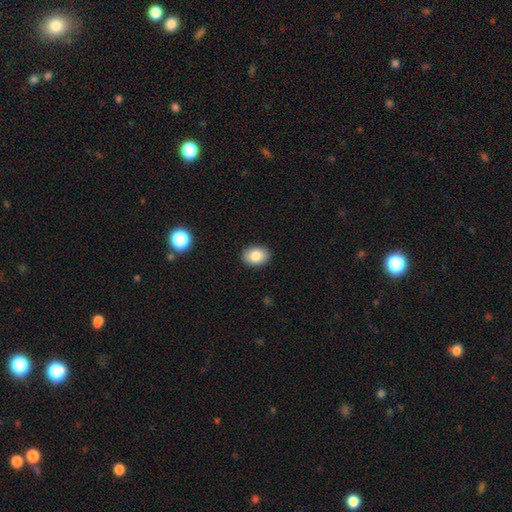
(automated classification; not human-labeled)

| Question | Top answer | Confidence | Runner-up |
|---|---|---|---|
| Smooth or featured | smooth | 85% | star or artifact (8%) |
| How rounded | in between | 74% | round (25%) |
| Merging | none | 90% | minor disturbance (7%) |